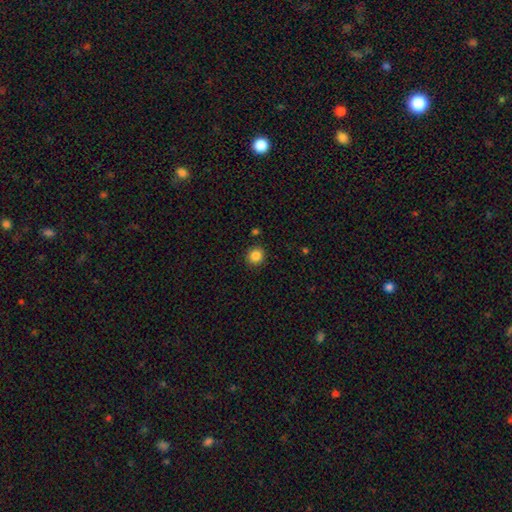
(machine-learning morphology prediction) Q: Smooth or featured?
A: smooth (86%); runner-up: star or artifact (10%)
Q: How rounded?
A: round (86%); runner-up: in between (13%)
Q: Merging?
A: none (90%); runner-up: minor disturbance (6%)